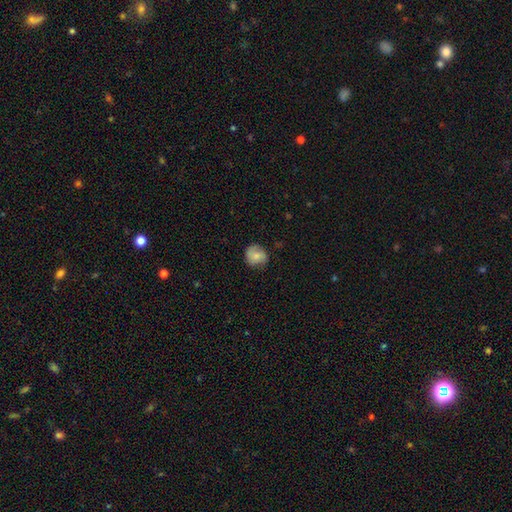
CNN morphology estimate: Smooth or featured? Predicted: smooth (p=0.73). How rounded? Predicted: round (p=0.82). Merging? Predicted: none (p=0.71).